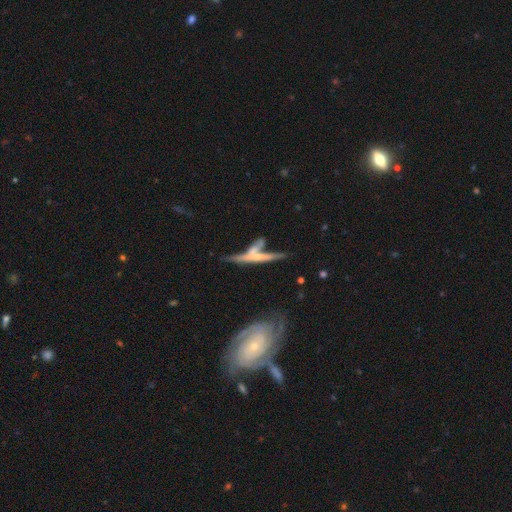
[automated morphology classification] A featured or disk galaxy (60%) viewed edge-on (82%). Merging: merger (44%).